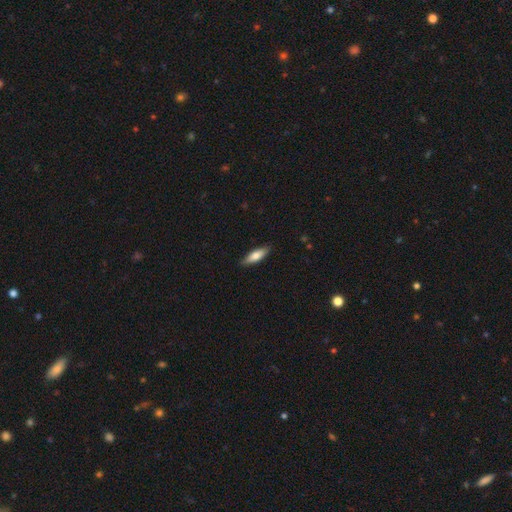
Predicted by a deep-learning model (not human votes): Smooth or featured? Predicted: smooth (p=0.74). How rounded? Predicted: cigar-shaped (p=0.50). Merging? Predicted: none (p=0.87).